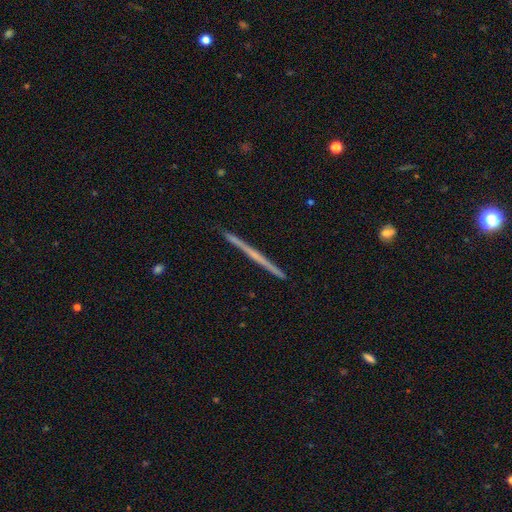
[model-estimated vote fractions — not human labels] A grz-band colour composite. It shows a featured or disk galaxy (66%) viewed edge-on (98%) with no central bulge (79%). Merging: none (93%).